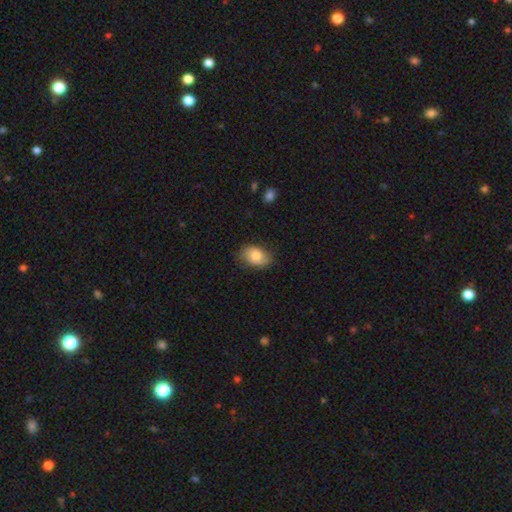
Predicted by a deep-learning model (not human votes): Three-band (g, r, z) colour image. It shows a smooth galaxy with no disk features (76%) that is in between round and cigar-shaped (84%). Merging: none (77%).